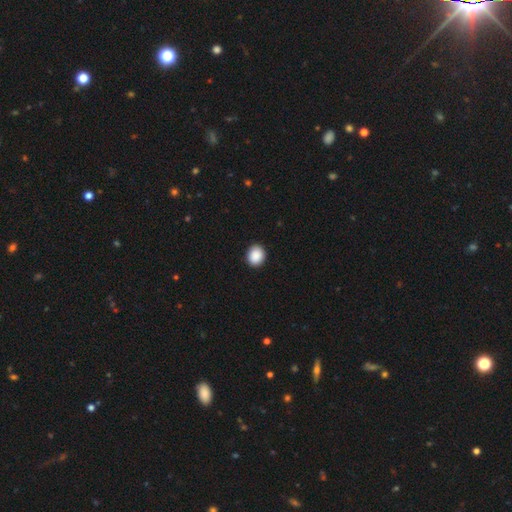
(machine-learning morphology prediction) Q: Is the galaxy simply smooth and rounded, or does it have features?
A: smooth — 90%.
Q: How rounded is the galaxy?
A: round — 72%.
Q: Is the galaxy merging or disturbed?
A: none — 91%.